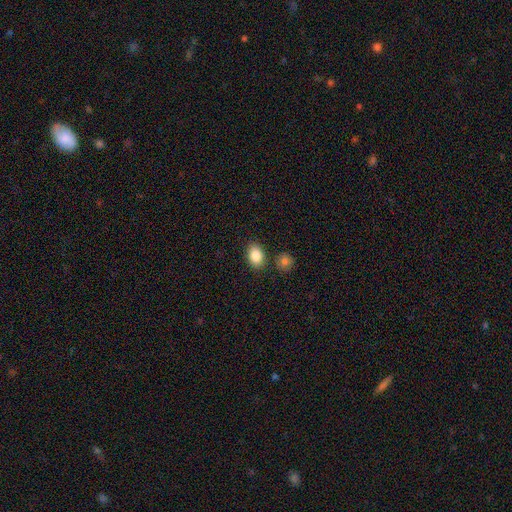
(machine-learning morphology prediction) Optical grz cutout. It shows a smooth galaxy with no disk features (86%) that is in between round and cigar-shaped (82%). Merging: none (81%).